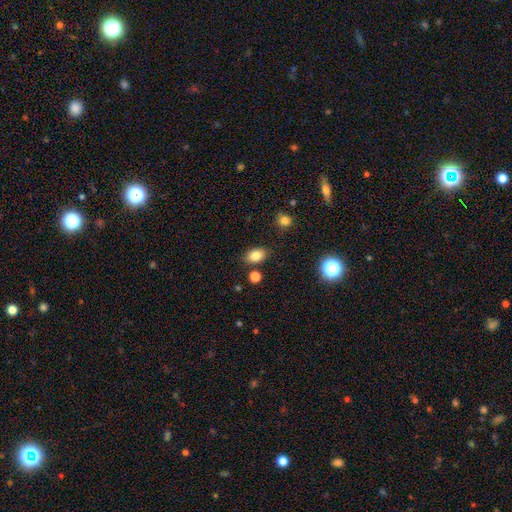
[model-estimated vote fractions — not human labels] Smooth or featured?
  - smooth: 82% *
  - star or artifact: 10%
  - featured or disk: 7%
How rounded?
  - in between: 82% *
  - round: 17%
  - cigar-shaped: 1%
Merging?
  - none: 82% *
  - minor disturbance: 11%
  - merger: 4%
  - major disturbance: 3%